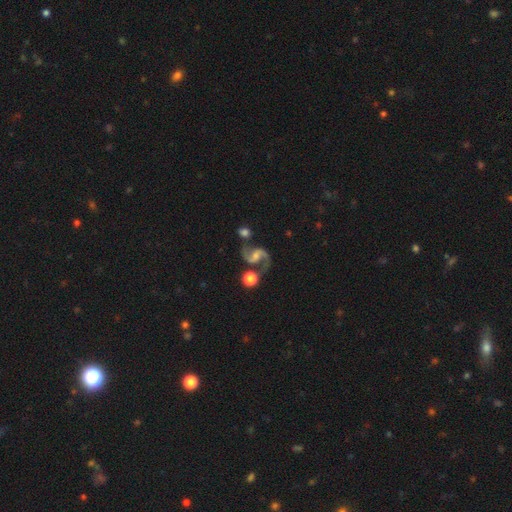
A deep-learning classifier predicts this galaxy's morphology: Smooth or featured: featured or disk — 90% (star or artifact — 5%)
Edge-on disk: no — 98% (yes — 2%)
Bar: weak — 47% (no — 31%)
Spiral arms: yes — 98% (no — 2%)
Spiral winding: medium — 47% (loose — 45%)
Spiral arm count: 2 — 94% (1 — 2%)
Bulge size: small — 47% (moderate — 39%)
Merging: none — 68% (minor disturbance — 14%)